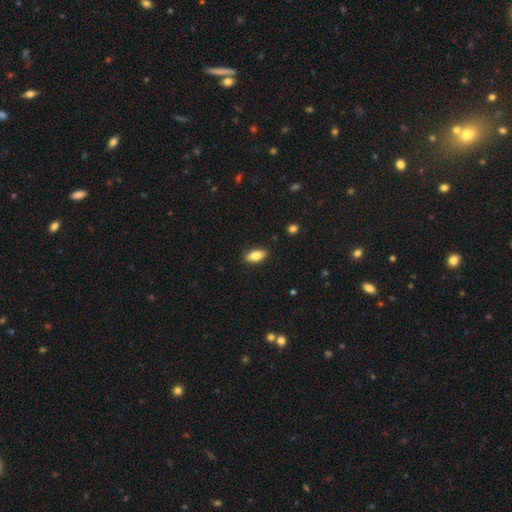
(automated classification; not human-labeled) smooth_or_featured: smooth (p=0.79) [alt: featured or disk p=0.14]
how_rounded: in between (p=0.88) [alt: cigar-shaped p=0.09]
merging: none (p=0.86) [alt: minor disturbance p=0.11]